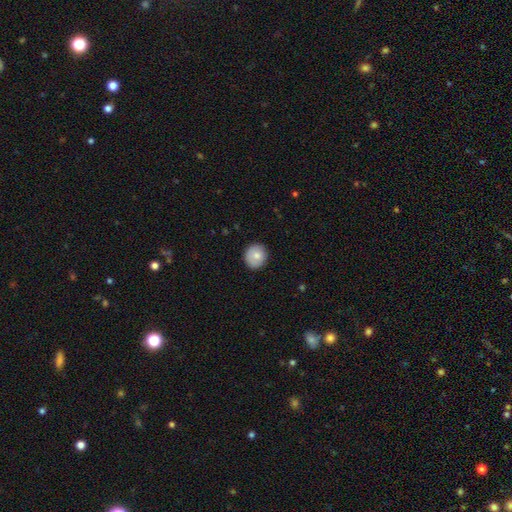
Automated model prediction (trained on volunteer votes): A smooth galaxy with no disk features (80%) that is round (85%). Merging: none (88%).